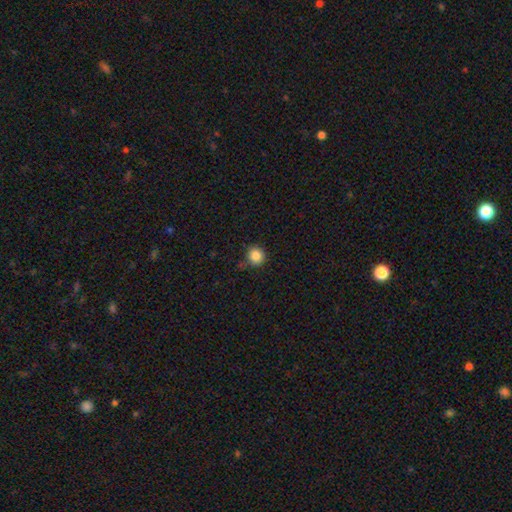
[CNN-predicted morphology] Overall: smooth (86%). How rounded: round (90%). Merging: none (82%).